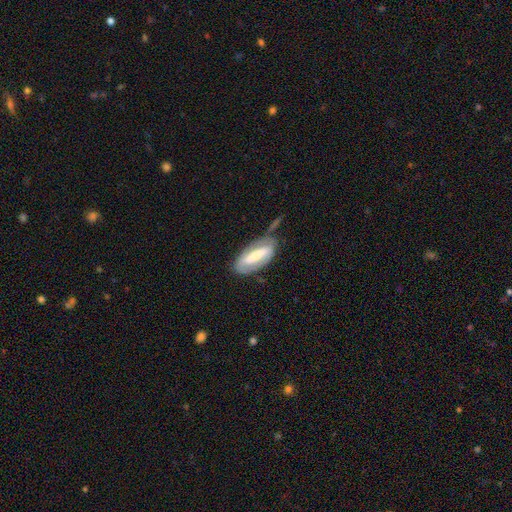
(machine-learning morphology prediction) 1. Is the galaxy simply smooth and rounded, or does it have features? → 55% featured or disk, 40% smooth, 6% star or artifact.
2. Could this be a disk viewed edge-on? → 84% no, 16% yes.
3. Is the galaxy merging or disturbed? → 59% none, 24% minor disturbance, 12% major disturbance, 6% merger.